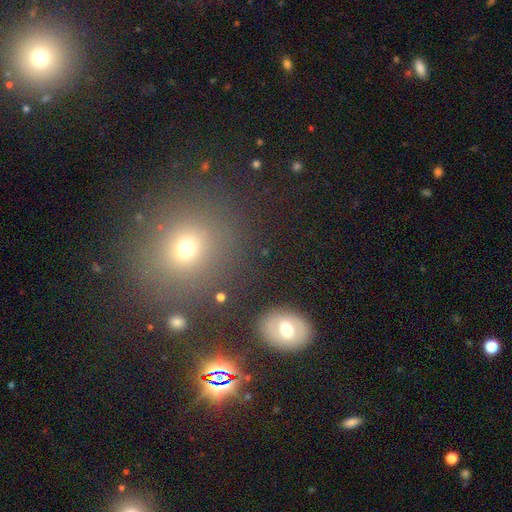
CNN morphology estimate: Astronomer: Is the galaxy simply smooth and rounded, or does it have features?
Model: smooth — 52% (runner-up: star or artifact, 37%).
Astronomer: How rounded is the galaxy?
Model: round — 76%.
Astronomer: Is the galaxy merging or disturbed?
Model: none — 84%.